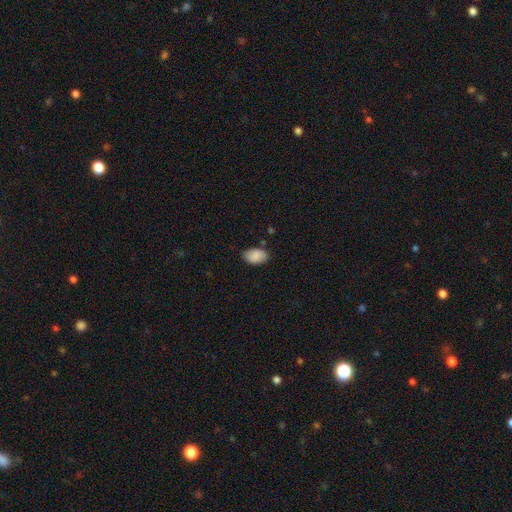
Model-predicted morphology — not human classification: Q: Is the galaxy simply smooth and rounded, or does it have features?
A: smooth — 88%.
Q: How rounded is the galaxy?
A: in between — 89%.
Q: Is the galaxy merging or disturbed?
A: none — 76%.